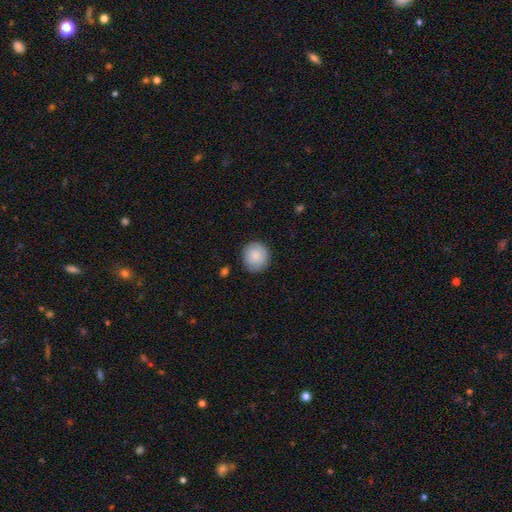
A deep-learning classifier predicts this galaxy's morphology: This appears to be a smooth galaxy with no disk features (84%) that is round (89%). Merging: none (85%).